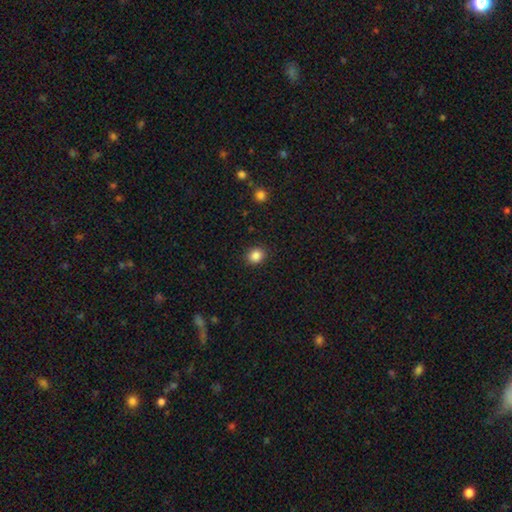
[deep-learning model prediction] Overall: smooth (85%). How rounded: round (70%). Merging: none (90%).